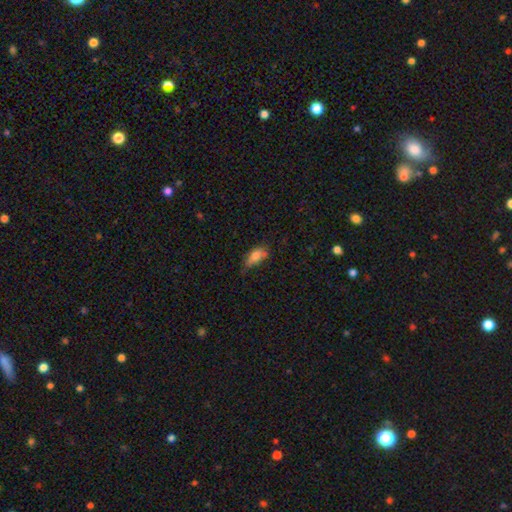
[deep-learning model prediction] Smooth or featured? smooth (76%)
How rounded? in between (84%)
Merging? none (42%)